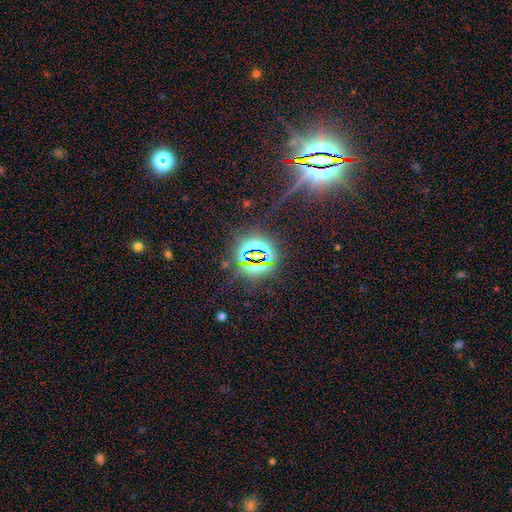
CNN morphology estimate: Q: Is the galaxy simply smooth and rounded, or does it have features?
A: star or artifact — 81%.